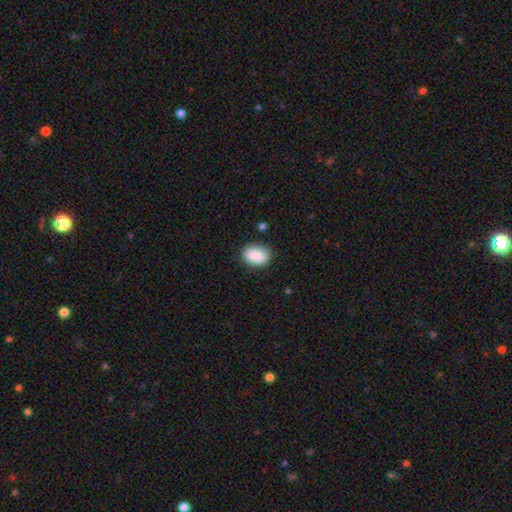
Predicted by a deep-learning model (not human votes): This appears to be a smooth galaxy with no disk features (88%) that is in between round and cigar-shaped (78%). Merging: none (85%).